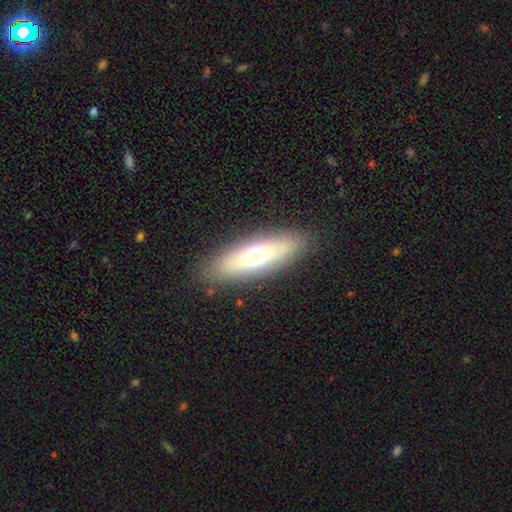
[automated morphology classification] Smooth or featured?
  - smooth: 60% *
  - featured or disk: 33%
  - star or artifact: 7%
How rounded?
  - cigar-shaped: 56% *
  - in between: 42%
  - round: 2%
Merging?
  - none: 88% *
  - minor disturbance: 9%
  - major disturbance: 2%
  - merger: 1%